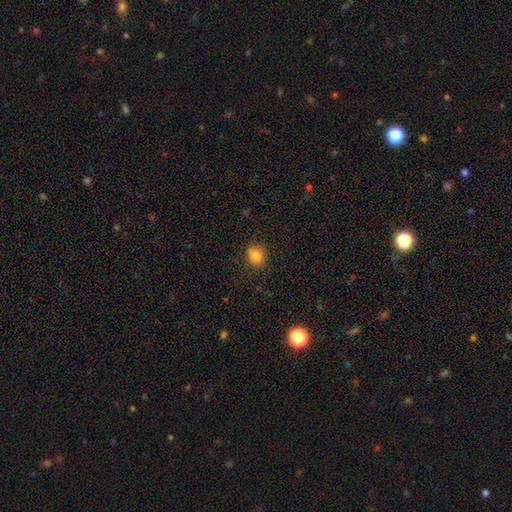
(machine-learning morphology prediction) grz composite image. It shows a smooth galaxy with no disk features (82%) that is round (58%). Merging: none (82%).